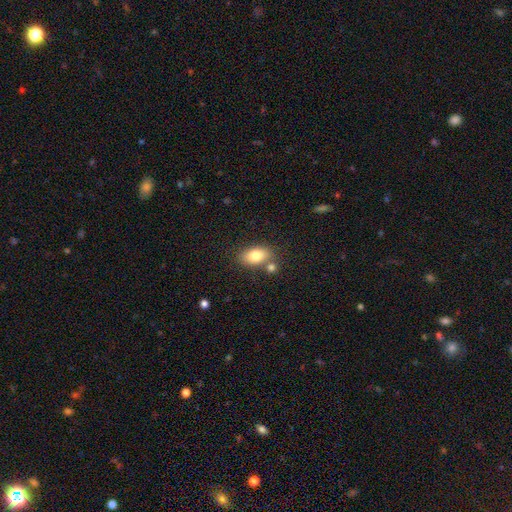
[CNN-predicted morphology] Smooth or featured? Predicted: smooth (p=0.79). How rounded? Predicted: in between (p=0.87). Merging? Predicted: none (p=0.67).